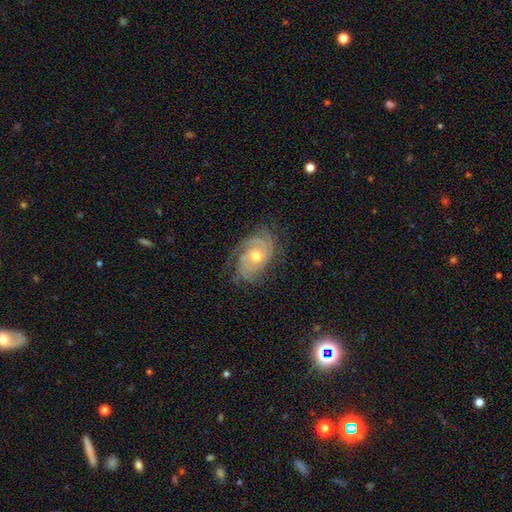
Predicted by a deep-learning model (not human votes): Smooth or featured?
  - featured or disk: 86% *
  - smooth: 8%
  - star or artifact: 6%
Edge-on disk?
  - no: 97% *
  - yes: 3%
Bar?
  - no: 71% *
  - weak: 24%
  - strong: 5%
Spiral arms?
  - yes: 97% *
  - no: 3%
Spiral winding?
  - tight: 66% *
  - medium: 27%
  - loose: 6%
Spiral arm count?
  - 3: 29% *
  - can't tell: 26%
  - 2: 18%
  - 4: 14%
  - more than 4: 7%
  - 1: 6%
Bulge size?
  - moderate: 63% *
  - small: 33%
  - large: 2%
  - none: 1%
  - dominant: 1%
Merging?
  - none: 73% *
  - minor disturbance: 19%
  - major disturbance: 7%
  - merger: 1%